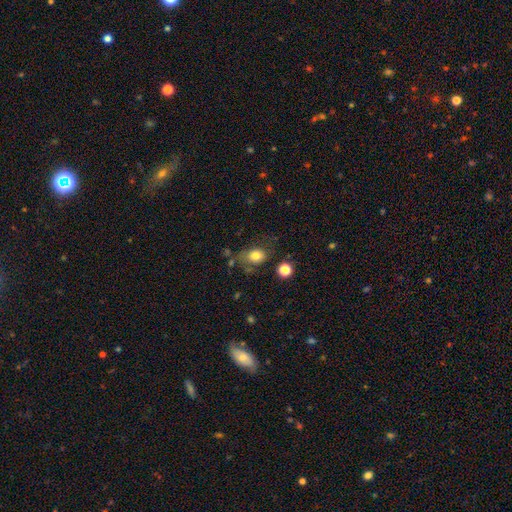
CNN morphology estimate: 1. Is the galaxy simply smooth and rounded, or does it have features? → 79% smooth, 11% featured or disk, 10% star or artifact.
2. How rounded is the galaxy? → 65% in between, 34% round, 1% cigar-shaped.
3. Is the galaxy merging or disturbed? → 58% none, 24% minor disturbance, 11% major disturbance, 6% merger.